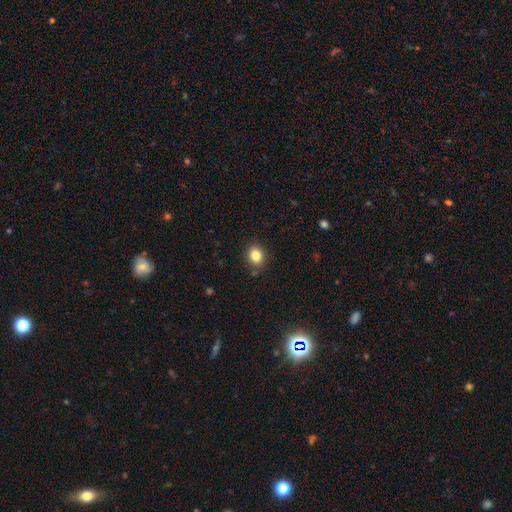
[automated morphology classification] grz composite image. It shows a smooth galaxy with no disk features (83%) that is round (65%). Merging: none (87%).